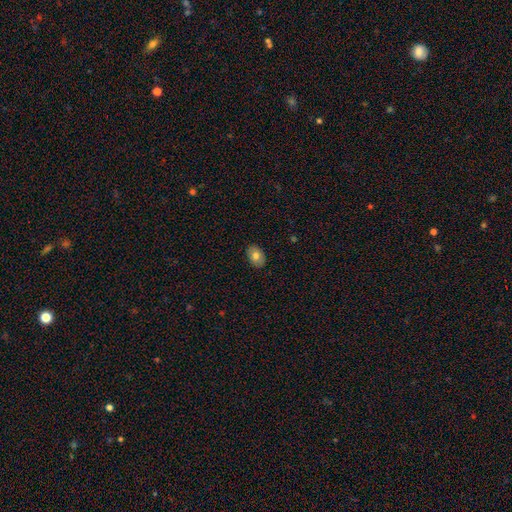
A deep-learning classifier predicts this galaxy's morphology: smooth 76%, featured or disk 16%, star or artifact 8%. Down the decision tree: how rounded — in between (82%); merging — none (88%).